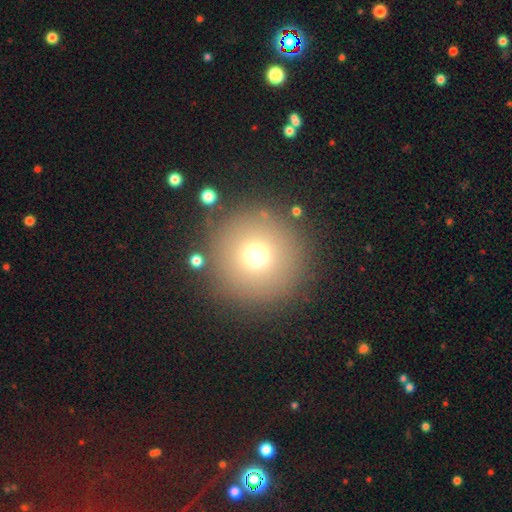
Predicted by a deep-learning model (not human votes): Smooth or featured? smooth (70%)
How rounded? round (96%)
Merging? none (87%)